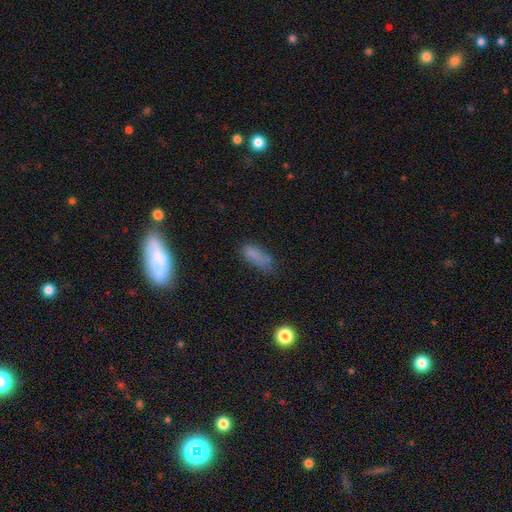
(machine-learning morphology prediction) smooth 74%, star or artifact 15%, featured or disk 11%. Down the decision tree: how rounded — in between (70%); merging — none (49%).